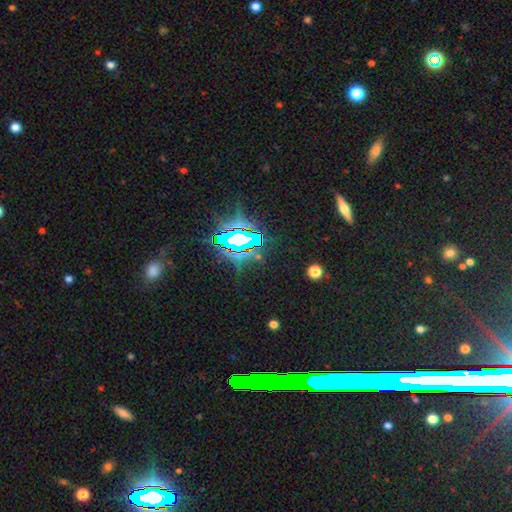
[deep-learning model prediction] Smooth or featured: star or artifact — 76% (smooth — 13%)